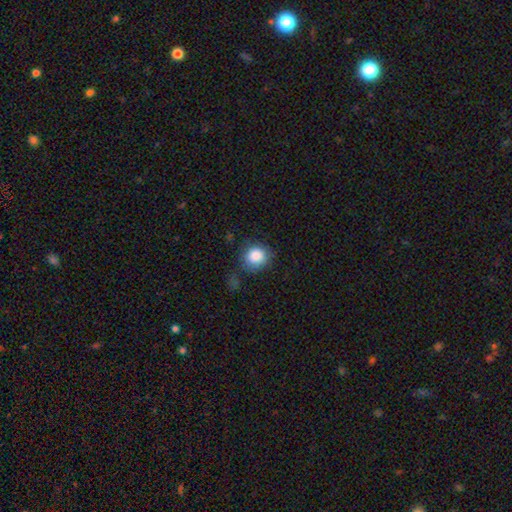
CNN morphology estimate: A smooth galaxy with no disk features (86%) that is round (85%). Merging: none (71%).